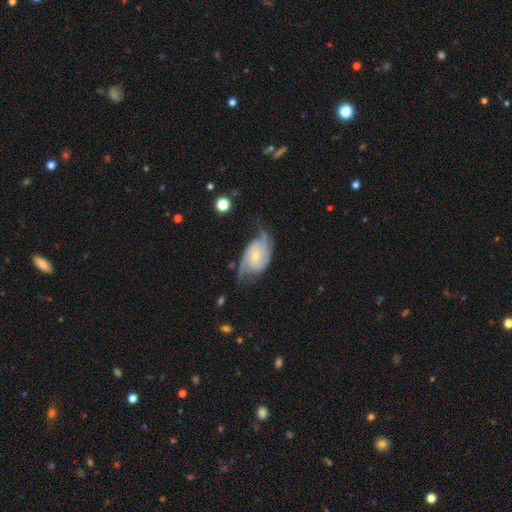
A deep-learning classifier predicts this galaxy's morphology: Smooth or featured?
  - featured or disk: 84% *
  - smooth: 11%
  - star or artifact: 5%
Edge-on disk?
  - no: 96% *
  - yes: 4%
Bar?
  - no: 63% *
  - weak: 30%
  - strong: 7%
Spiral arms?
  - yes: 96% *
  - no: 4%
Spiral winding?
  - medium: 43% *
  - loose: 32%
  - tight: 25%
Spiral arm count?
  - 2: 72% *
  - 3: 11%
  - can't tell: 9%
  - 4: 3%
  - 1: 3%
  - more than 4: 2%
Bulge size?
  - small: 67% *
  - moderate: 28%
  - none: 3%
  - large: 2%
  - dominant: 1%
Merging?
  - none: 61% *
  - minor disturbance: 24%
  - major disturbance: 13%
  - merger: 2%